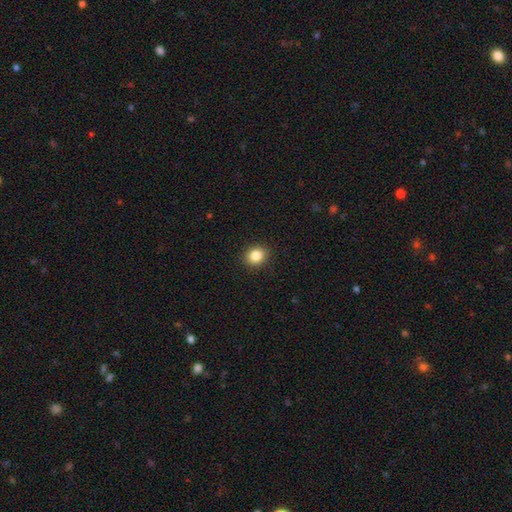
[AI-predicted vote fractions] smooth-or-featured: smooth: 85% | star or artifact: 10% | featured or disk: 5%
  how-rounded: round: 77% | in between: 22% | cigar-shaped: 1%
  merging: none: 91% | minor disturbance: 6% | major disturbance: 2% | merger: 1%